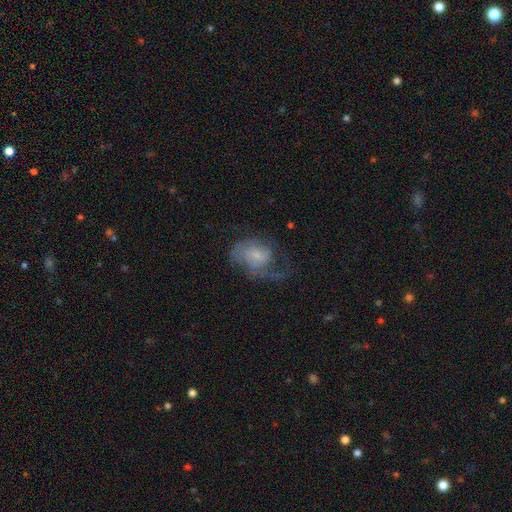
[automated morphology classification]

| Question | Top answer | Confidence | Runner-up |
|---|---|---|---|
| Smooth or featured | featured or disk | 64% | smooth (28%) |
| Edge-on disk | no | 97% | yes (3%) |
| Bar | no | 64% | weak (32%) |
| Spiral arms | yes | 81% | no (19%) |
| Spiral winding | medium | 43% | loose (33%) |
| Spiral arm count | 1 | 32% | 2 (31%) |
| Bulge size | small | 55% | moderate (27%) |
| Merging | major disturbance | 40% | none (37%) |